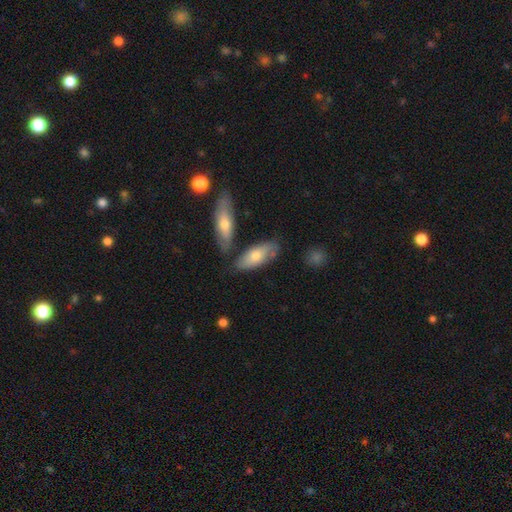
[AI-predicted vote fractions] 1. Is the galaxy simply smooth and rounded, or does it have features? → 66% smooth, 28% featured or disk, 5% star or artifact.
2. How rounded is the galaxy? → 79% in between, 19% cigar-shaped, 2% round.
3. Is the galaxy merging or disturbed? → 66% none, 16% minor disturbance, 14% merger, 4% major disturbance.